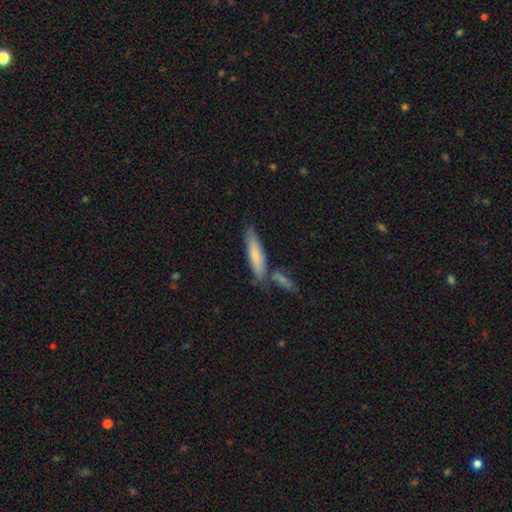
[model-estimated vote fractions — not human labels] The model was most divided on "smooth or featured": smooth: 70%, featured or disk: 24%, star or artifact: 6%. More confident: how rounded — cigar-shaped (80%); merging — none (70%).